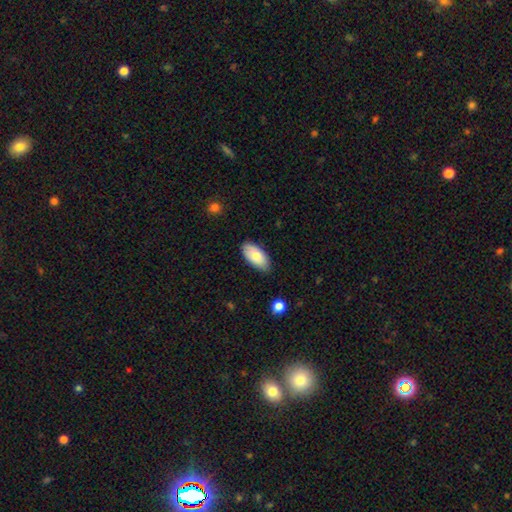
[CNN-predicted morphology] Smooth or featured?
  - smooth: 80% *
  - featured or disk: 14%
  - star or artifact: 6%
How rounded?
  - in between: 94% *
  - cigar-shaped: 4%
  - round: 2%
Merging?
  - none: 81% *
  - minor disturbance: 16%
  - major disturbance: 2%
  - merger: 1%